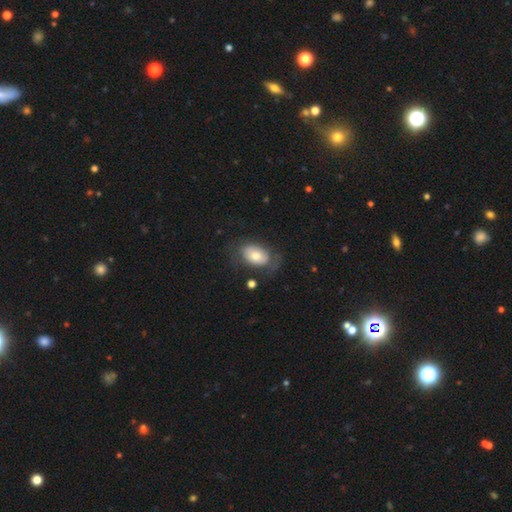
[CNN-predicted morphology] Smooth or featured: smooth — 64% (featured or disk — 29%)
How rounded: in between — 81% (round — 18%)
Merging: none — 56% (minor disturbance — 24%)